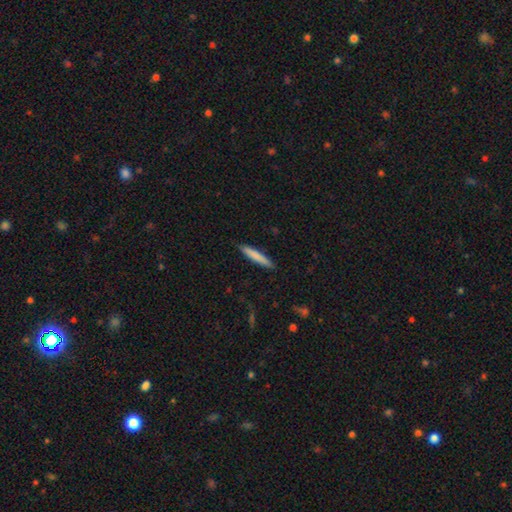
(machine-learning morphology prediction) Q: Smooth or featured?
A: smooth (79%); runner-up: featured or disk (16%)
Q: How rounded?
A: cigar-shaped (93%); runner-up: in between (6%)
Q: Merging?
A: none (89%); runner-up: minor disturbance (8%)